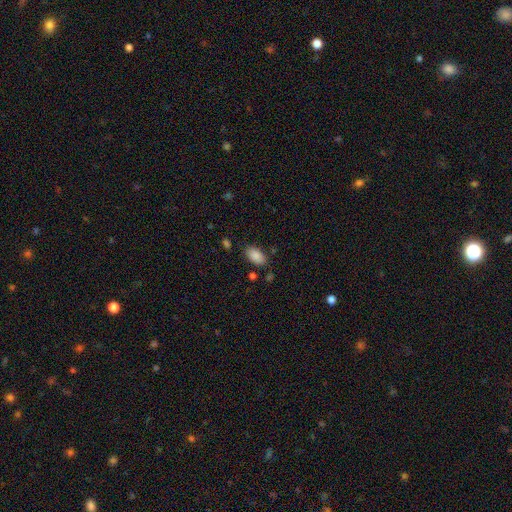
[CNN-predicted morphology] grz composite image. It shows a smooth galaxy with no disk features (88%) that is in between round and cigar-shaped (94%). Merging: none (81%).